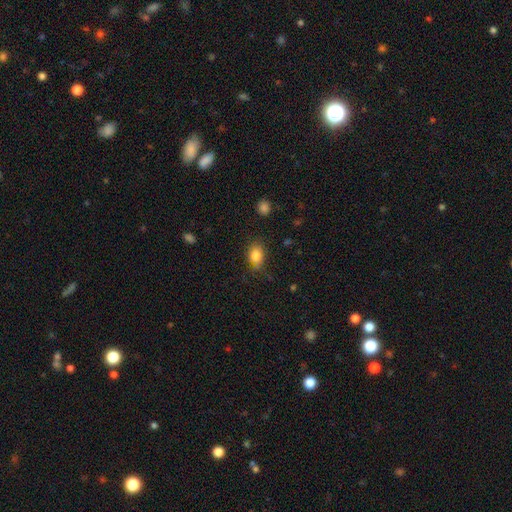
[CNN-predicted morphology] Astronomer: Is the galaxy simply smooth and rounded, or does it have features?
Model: smooth — 84%.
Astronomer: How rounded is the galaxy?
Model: in between — 75%.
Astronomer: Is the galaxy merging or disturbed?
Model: none — 71%.